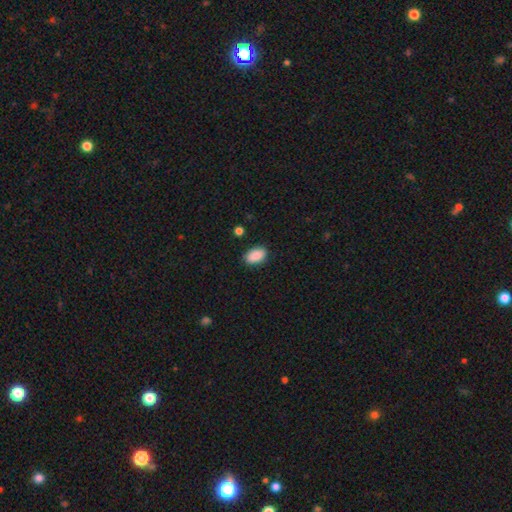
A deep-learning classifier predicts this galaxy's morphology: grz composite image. It shows a smooth galaxy with no disk features (89%) that is in between round and cigar-shaped (93%). Merging: none (87%).